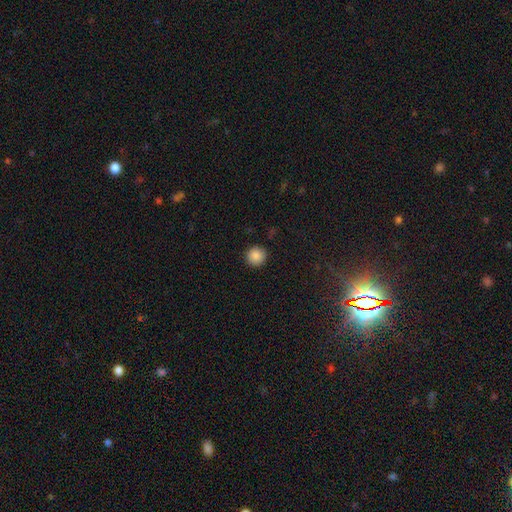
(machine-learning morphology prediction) smooth 87%, star or artifact 10%, featured or disk 4%. Down the decision tree: how rounded — round (94%); merging — none (92%).